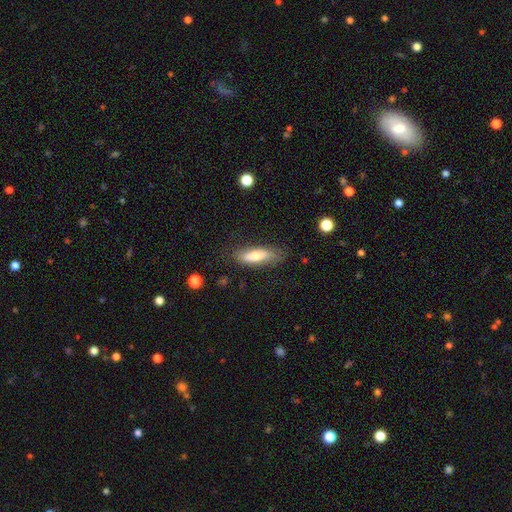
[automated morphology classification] Smooth or featured?
  - smooth: 68% *
  - featured or disk: 25%
  - star or artifact: 7%
How rounded?
  - cigar-shaped: 52% *
  - in between: 46%
  - round: 2%
Merging?
  - none: 71% *
  - minor disturbance: 21%
  - major disturbance: 6%
  - merger: 2%